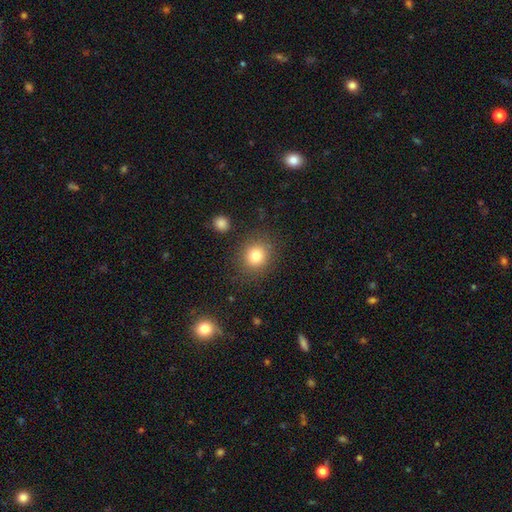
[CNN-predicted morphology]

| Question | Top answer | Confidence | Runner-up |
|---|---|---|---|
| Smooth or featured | smooth | 81% | star or artifact (11%) |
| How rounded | round | 80% | in between (19%) |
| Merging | none | 84% | minor disturbance (9%) |